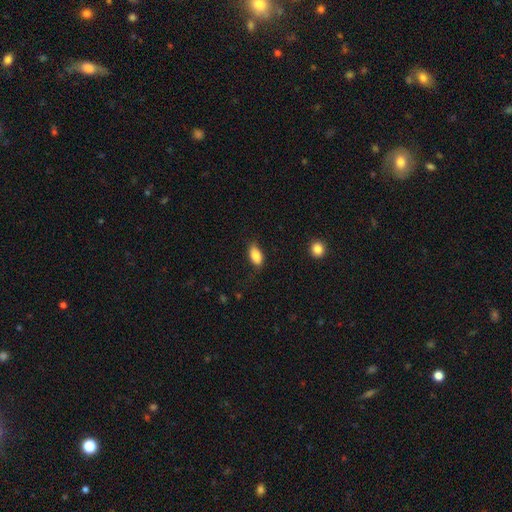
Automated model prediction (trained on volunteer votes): Smooth or featured?
  - smooth: 84% *
  - featured or disk: 9%
  - star or artifact: 7%
How rounded?
  - in between: 90% *
  - cigar-shaped: 5%
  - round: 5%
Merging?
  - none: 76% *
  - minor disturbance: 18%
  - major disturbance: 4%
  - merger: 1%